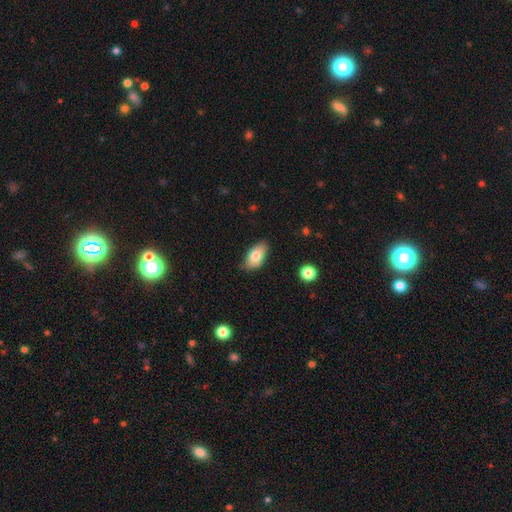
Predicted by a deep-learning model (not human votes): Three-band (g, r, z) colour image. It shows a smooth galaxy with no disk features (78%) that is in between round and cigar-shaped (92%). Merging: none (74%).